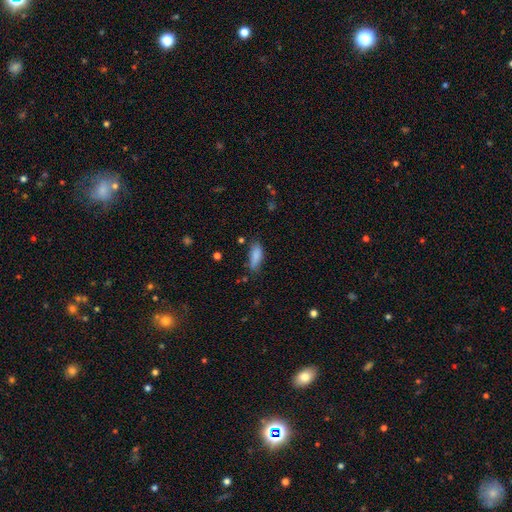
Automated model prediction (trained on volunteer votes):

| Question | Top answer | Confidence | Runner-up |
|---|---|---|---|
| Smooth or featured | smooth | 83% | featured or disk (9%) |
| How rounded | in between | 68% | cigar-shaped (30%) |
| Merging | none | 62% | minor disturbance (28%) |